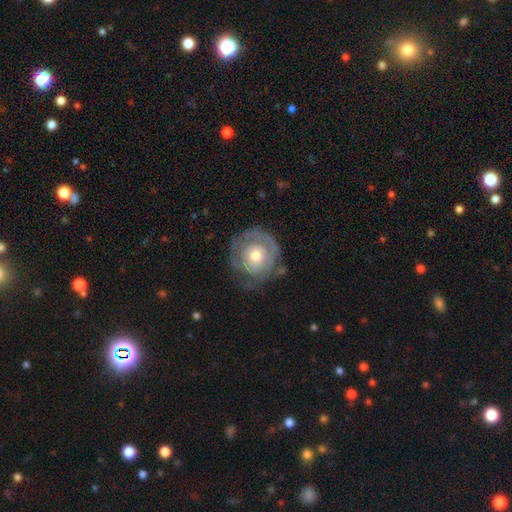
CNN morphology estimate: Smooth or featured? Predicted: featured or disk (p=0.59). Edge-on disk? Predicted: no (p=0.97). Bar? Predicted: no (p=0.86). Spiral arms? Predicted: yes (p=0.59). Bulge size? Predicted: moderate (p=0.65). Merging? Predicted: none (p=0.65).